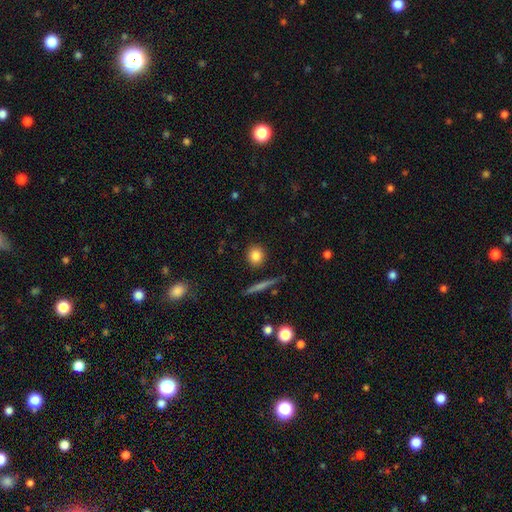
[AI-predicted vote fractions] Smooth or featured? Predicted: smooth (p=0.83). How rounded? Predicted: round (p=0.84). Merging? Predicted: none (p=0.88).